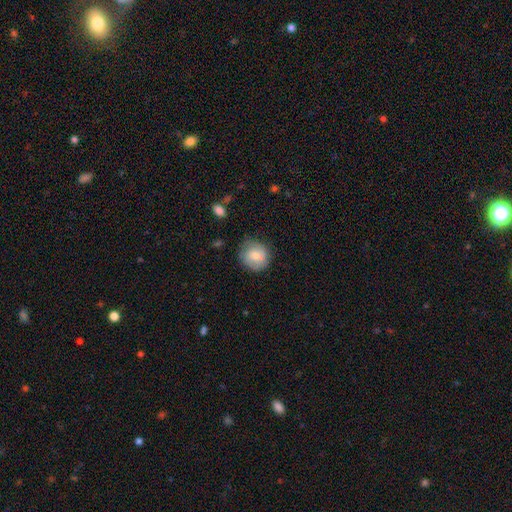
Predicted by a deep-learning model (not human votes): smooth-or-featured: smooth: 72% | featured or disk: 21% | star or artifact: 7%
  how-rounded: round: 89% | in between: 10% | cigar-shaped: 1%
  merging: none: 77% | minor disturbance: 17% | major disturbance: 4% | merger: 1%